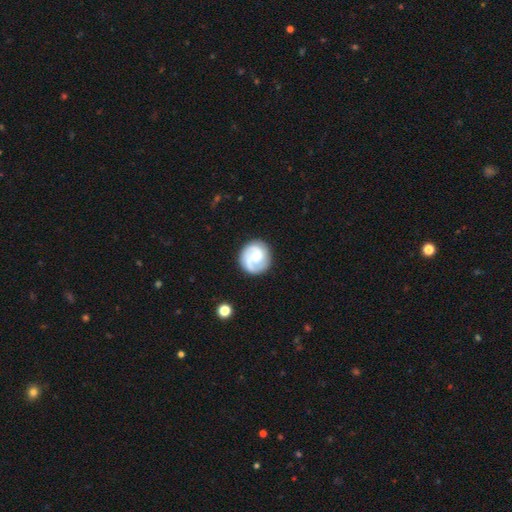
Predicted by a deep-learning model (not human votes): Morphology: type=featured or disk (66%); edge-on=no (98%); bar=no (61%); spiral arms=yes (91%); winding=tight (45%); arm count=2 (49%); bulge=moderate (56%); merging=none (81%).